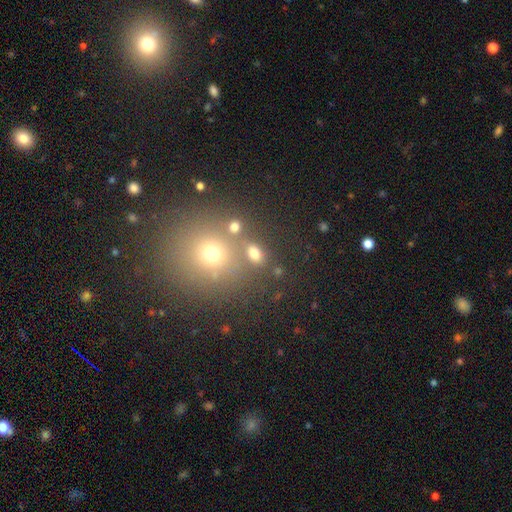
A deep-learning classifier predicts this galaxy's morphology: This appears to be a smooth galaxy with no disk features (70%) that is in between round and cigar-shaped (59%). Merging: none (67%).